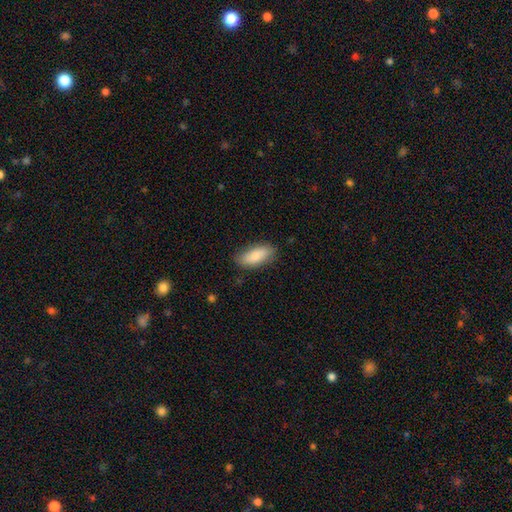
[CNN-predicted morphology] This is clearly a smooth galaxy (81%). How rounded: clearly in between (84%). Merging: clearly none (84%).